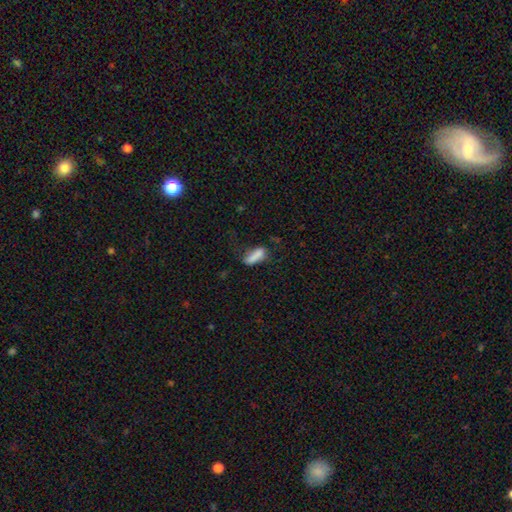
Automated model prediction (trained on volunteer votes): smooth_or_featured: smooth (p=0.79) [alt: featured or disk p=0.12]
how_rounded: in between (p=0.55) [alt: cigar-shaped p=0.42]
merging: none (p=0.45) [alt: minor disturbance p=0.29]